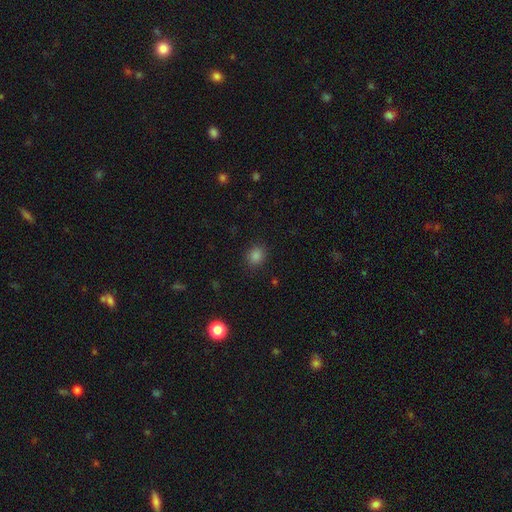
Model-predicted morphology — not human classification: The model was most divided on "how rounded": round: 67%, in between: 32%, cigar-shaped: 1%. More confident: merging — none (87%); smooth or featured — smooth (82%).